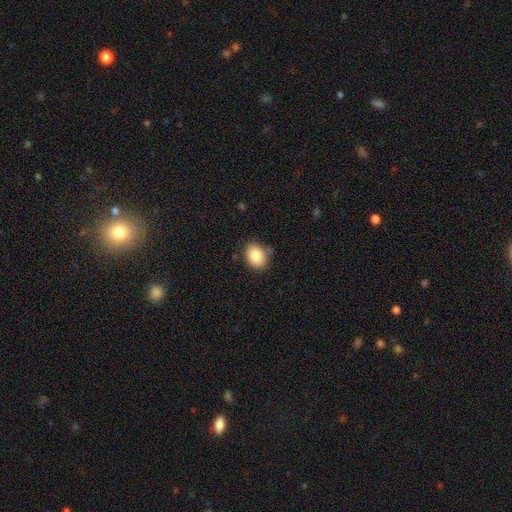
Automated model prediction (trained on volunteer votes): Q: Smooth or featured?
A: smooth (86%); runner-up: star or artifact (8%)
Q: How rounded?
A: in between (64%); runner-up: round (35%)
Q: Merging?
A: none (77%); runner-up: minor disturbance (16%)